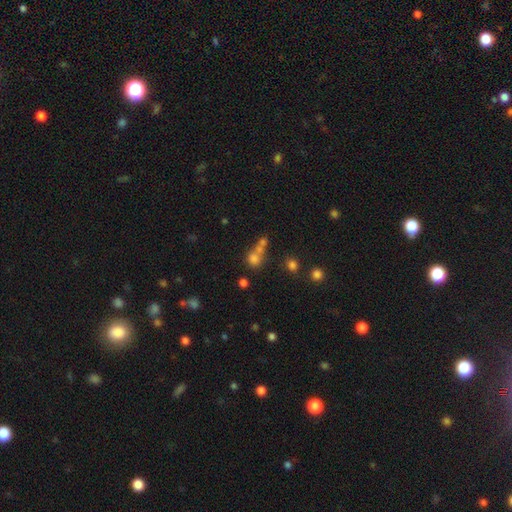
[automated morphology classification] A smooth galaxy with no disk features (68%) that is round (84%).

Vote fractions:
- Smooth or featured? smooth: 68% / star or artifact: 20% / featured or disk: 12%
- How rounded? round: 84% / in between: 15% / cigar-shaped: 1%
- Merging? merger: 45% / none: 42% / minor disturbance: 8% / major disturbance: 5%